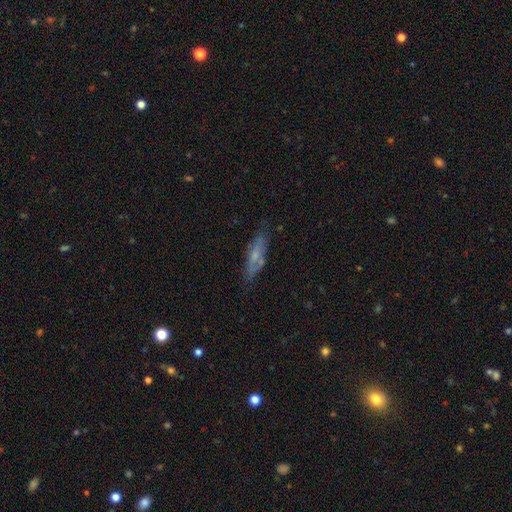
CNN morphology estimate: Smooth or featured?
  - featured or disk: 49% *
  - smooth: 42%
  - star or artifact: 9%
Merging?
  - none: 69% *
  - minor disturbance: 22%
  - major disturbance: 7%
  - merger: 3%